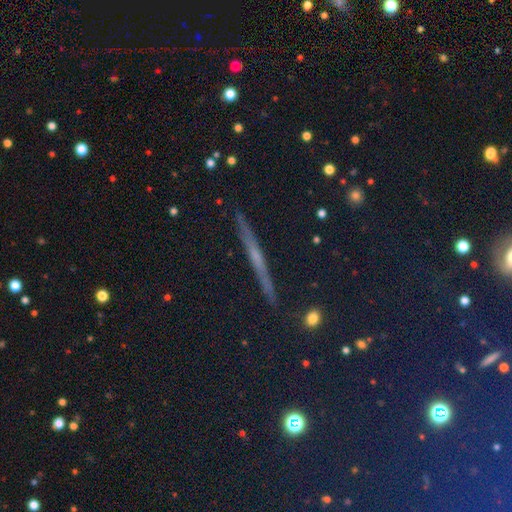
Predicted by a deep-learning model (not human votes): This appears to be a featured or disk galaxy (47%). Merging: none (90%).